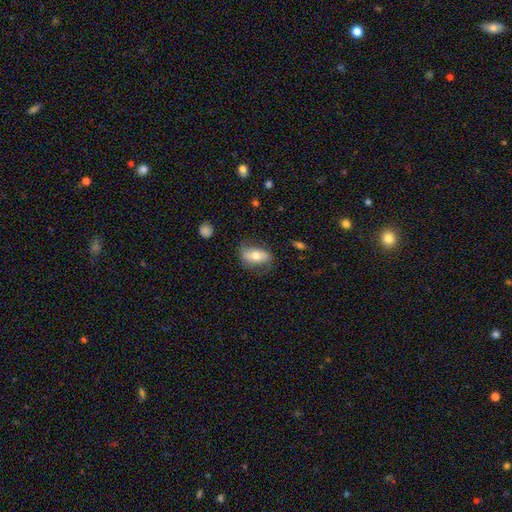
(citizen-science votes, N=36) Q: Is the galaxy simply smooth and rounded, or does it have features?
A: smooth — 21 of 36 (58%).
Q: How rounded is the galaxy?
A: in between — 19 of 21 (90%).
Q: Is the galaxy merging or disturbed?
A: none — 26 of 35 (74%).